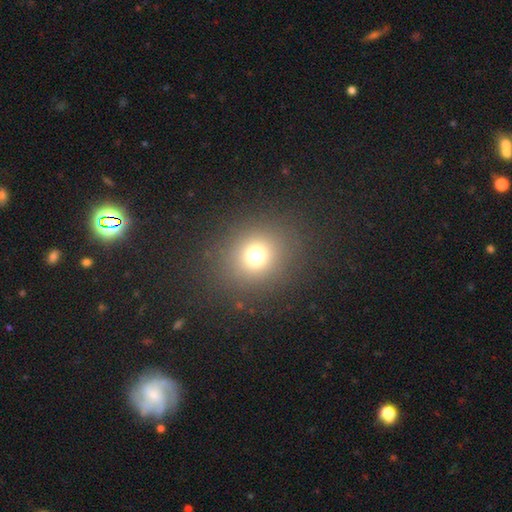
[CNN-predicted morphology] Smooth or featured? smooth (69%)
How rounded? round (88%)
Merging? none (87%)